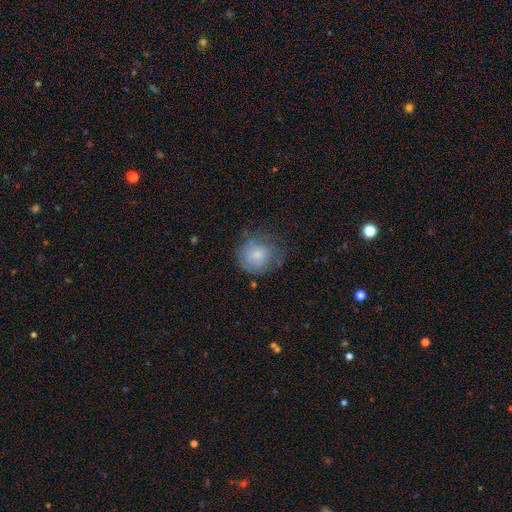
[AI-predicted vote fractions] Smooth or featured? smooth (71%)
How rounded? round (85%)
Merging? none (59%)